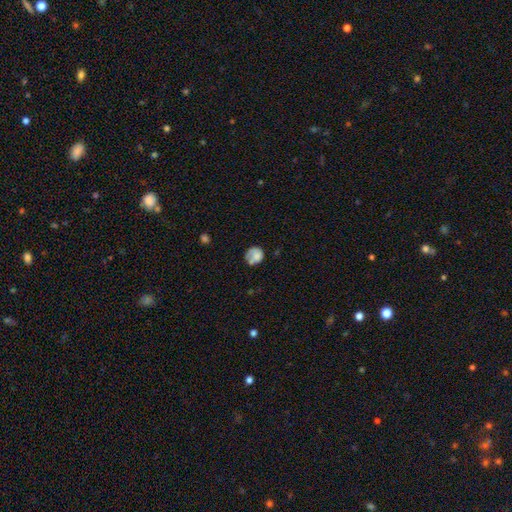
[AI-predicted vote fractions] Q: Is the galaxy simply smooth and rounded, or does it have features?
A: smooth — 69%.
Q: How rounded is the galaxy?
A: round — 74%.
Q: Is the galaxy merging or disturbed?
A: none — 45%.